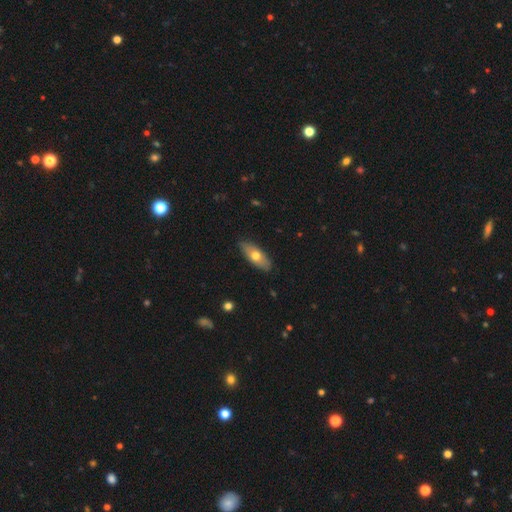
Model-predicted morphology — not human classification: A smooth galaxy with no disk features (63%) that is in between round and cigar-shaped (76%).

Vote fractions:
- Smooth or featured? smooth: 63% / featured or disk: 31% / star or artifact: 6%
- How rounded? in between: 76% / cigar-shaped: 21% / round: 3%
- Merging? none: 85% / minor disturbance: 12% / major disturbance: 2% / merger: 1%